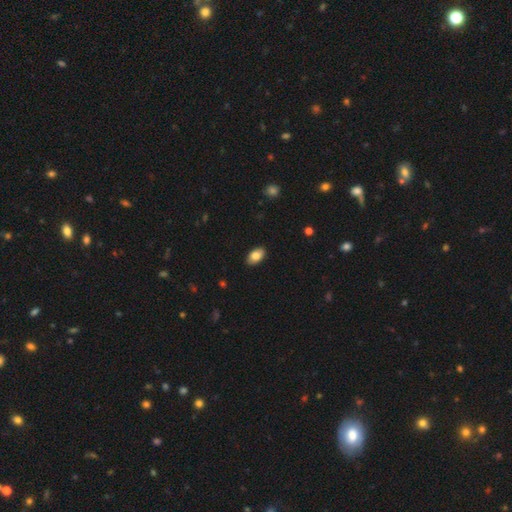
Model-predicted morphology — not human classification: A smooth galaxy with no disk features (83%) that is in between round and cigar-shaped (93%).

Vote fractions:
- Smooth or featured? smooth: 83% / featured or disk: 10% / star or artifact: 7%
- How rounded? in between: 93% / round: 5% / cigar-shaped: 2%
- Merging? none: 89% / minor disturbance: 9% / major disturbance: 2% / merger: 1%